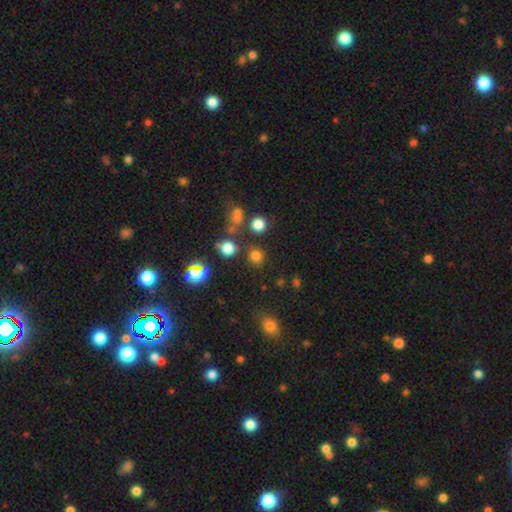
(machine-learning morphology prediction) A smooth galaxy with no disk features (73%) that is round (87%).

Vote fractions:
- Smooth or featured? smooth: 73% / star or artifact: 22% / featured or disk: 6%
- How rounded? round: 87% / in between: 12% / cigar-shaped: 1%
- Merging? none: 79% / minor disturbance: 9% / merger: 8% / major disturbance: 4%